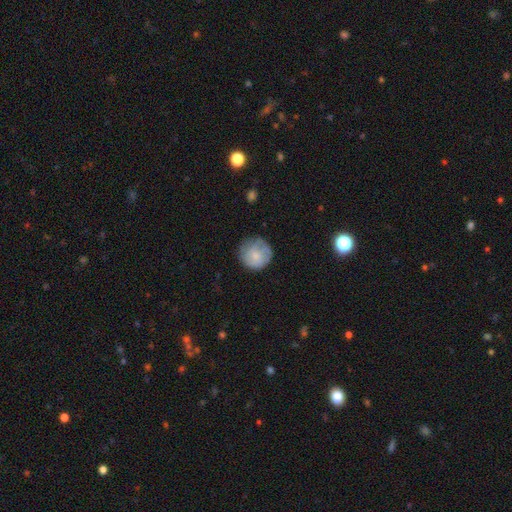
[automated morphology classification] Smooth or featured? smooth (67%)
How rounded? round (92%)
Merging? none (70%)